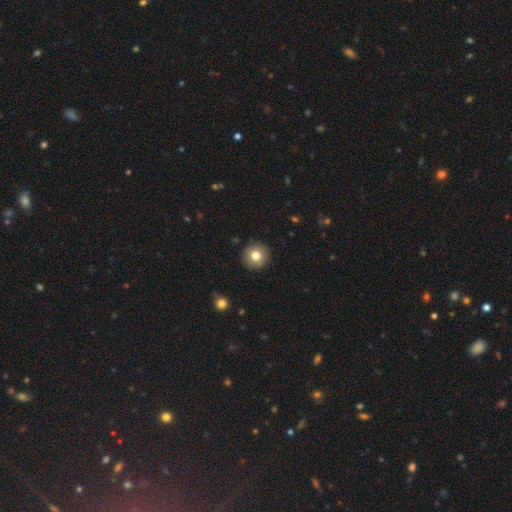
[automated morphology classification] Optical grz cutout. It shows a smooth galaxy with no disk features (79%) that is round (95%). Merging: none (91%).